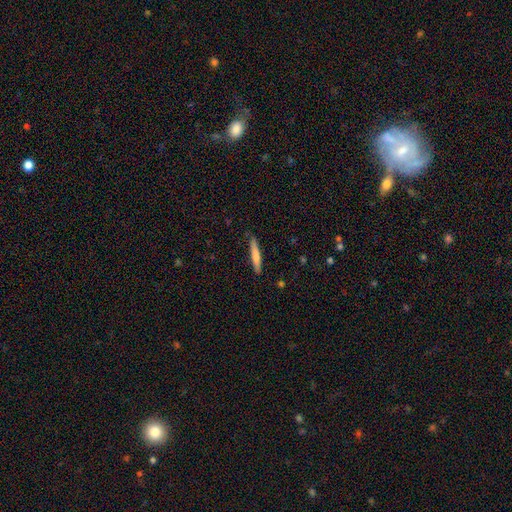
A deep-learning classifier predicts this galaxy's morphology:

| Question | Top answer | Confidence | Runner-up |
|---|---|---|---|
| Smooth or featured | smooth | 70% | featured or disk (24%) |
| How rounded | cigar-shaped | 94% | in between (5%) |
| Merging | none | 87% | minor disturbance (10%) |